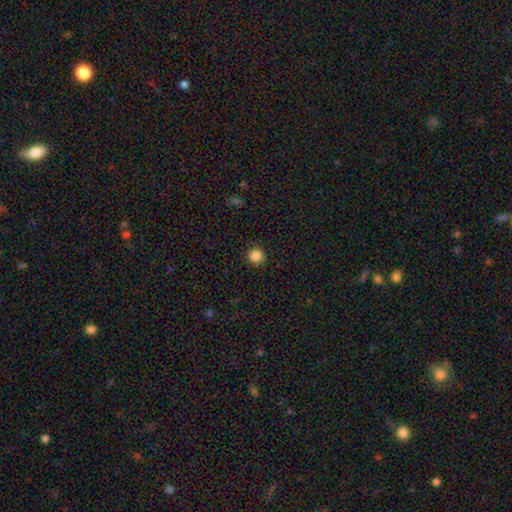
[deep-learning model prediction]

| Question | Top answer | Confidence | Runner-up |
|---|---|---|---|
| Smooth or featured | smooth | 86% | star or artifact (11%) |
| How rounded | round | 93% | in between (6%) |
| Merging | none | 92% | minor disturbance (5%) |